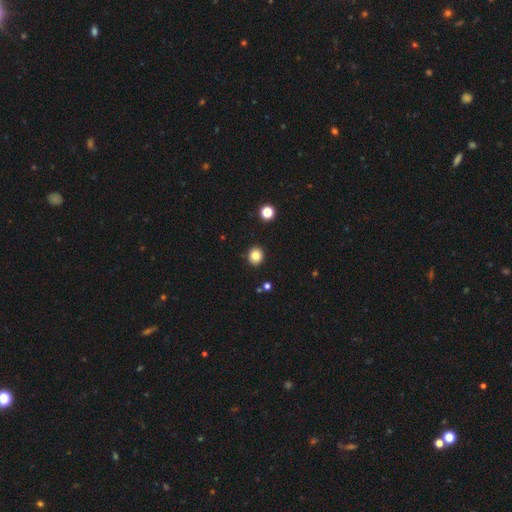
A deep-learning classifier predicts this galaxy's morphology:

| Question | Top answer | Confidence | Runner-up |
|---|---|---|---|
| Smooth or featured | smooth | 82% | star or artifact (11%) |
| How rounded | round | 84% | in between (15%) |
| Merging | none | 91% | minor disturbance (5%) |